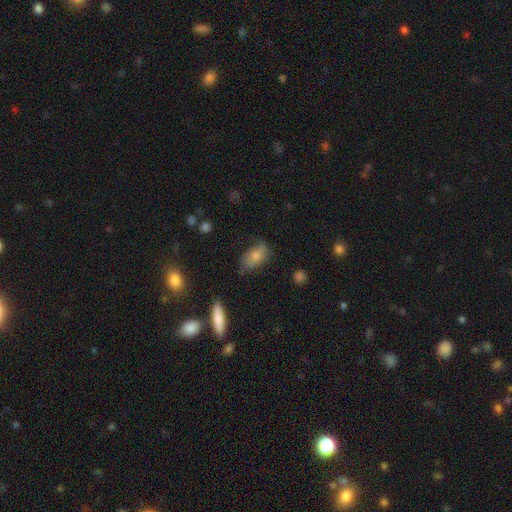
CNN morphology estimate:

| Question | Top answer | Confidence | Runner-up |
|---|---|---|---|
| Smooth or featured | smooth | 69% | featured or disk (22%) |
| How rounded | in between | 87% | round (7%) |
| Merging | none | 66% | minor disturbance (26%) |